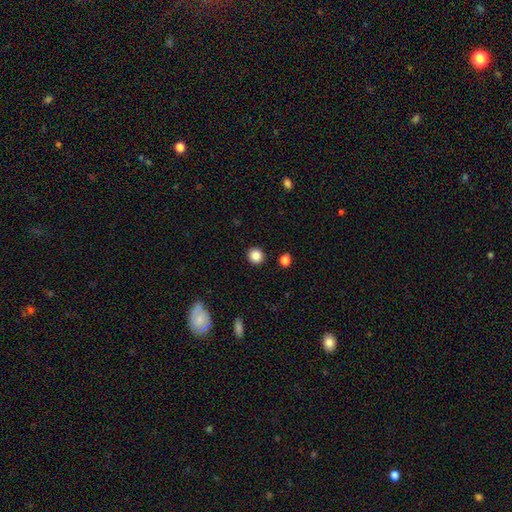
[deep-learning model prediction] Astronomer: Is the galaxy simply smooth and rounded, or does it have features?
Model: smooth — 86%.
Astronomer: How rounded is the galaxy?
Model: round — 91%.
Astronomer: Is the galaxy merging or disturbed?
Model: none — 91%.